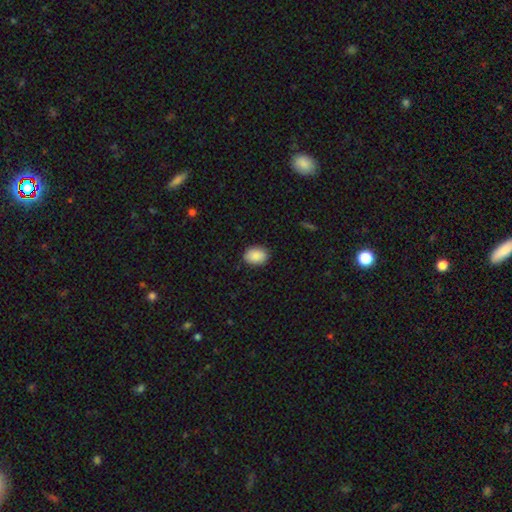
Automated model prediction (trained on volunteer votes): Morphology: type=smooth (88%); roundness=in between (72%); merging=none (87%).